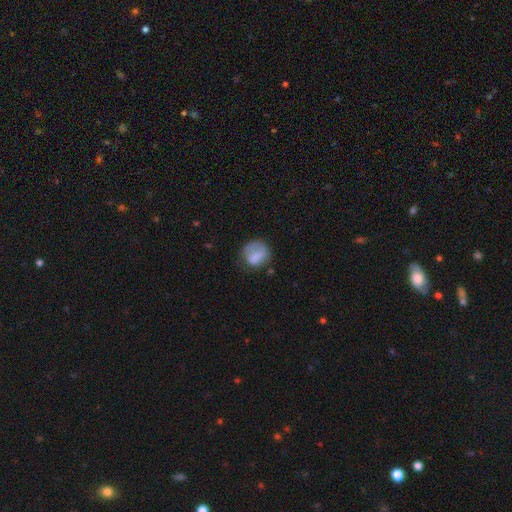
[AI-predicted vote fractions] smooth 74%, featured or disk 17%, star or artifact 8%. Down the decision tree: how rounded — round (70%); merging — none (51%).